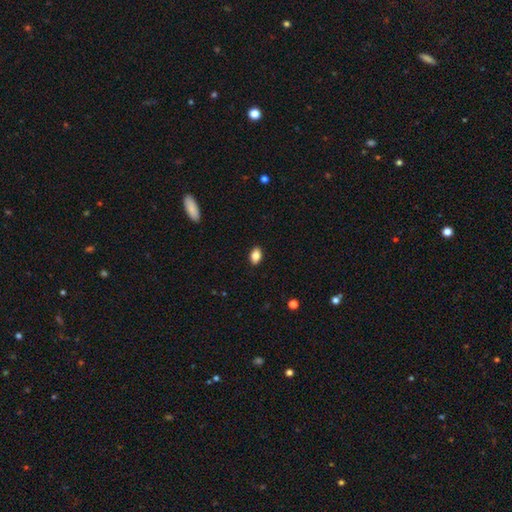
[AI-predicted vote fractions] A smooth galaxy with no disk features (85%) that is in between round and cigar-shaped (88%).

Vote fractions:
- Smooth or featured? smooth: 85% / star or artifact: 8% / featured or disk: 7%
- How rounded? in between: 88% / round: 10% / cigar-shaped: 2%
- Merging? none: 89% / minor disturbance: 8% / major disturbance: 2% / merger: 1%